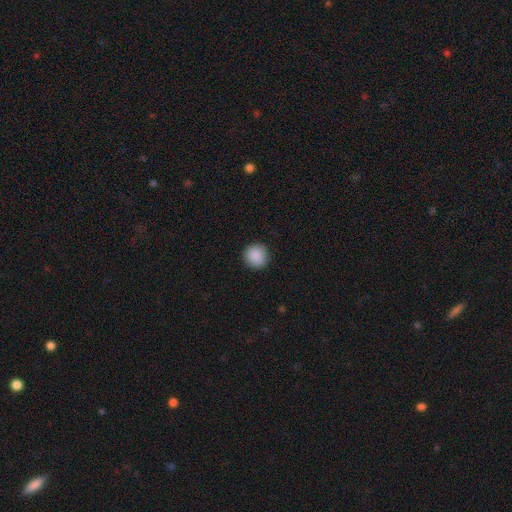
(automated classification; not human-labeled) smooth-or-featured: smooth: 89% | star or artifact: 8% | featured or disk: 3%
  how-rounded: round: 94% | in between: 5% | cigar-shaped: 1%
  merging: none: 92% | minor disturbance: 6% | major disturbance: 2% | merger: 1%